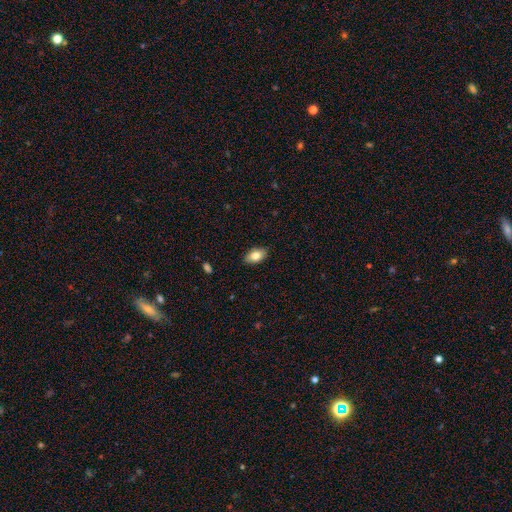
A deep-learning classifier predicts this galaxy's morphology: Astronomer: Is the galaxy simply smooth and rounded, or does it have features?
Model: smooth — 80%.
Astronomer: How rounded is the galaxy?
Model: in between — 91%.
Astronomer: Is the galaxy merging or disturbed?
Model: none — 87%.